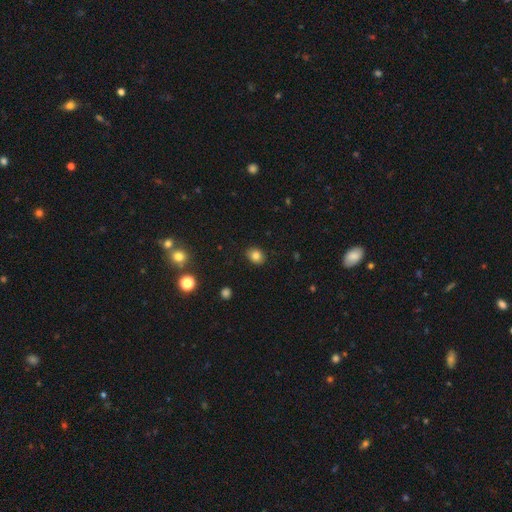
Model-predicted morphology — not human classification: A smooth galaxy with no disk features (82%) that is in between round and cigar-shaped (50%, tied with round).

Vote fractions:
- Smooth or featured? smooth: 82% / star or artifact: 12% / featured or disk: 6%
- How rounded? in between: 50% (tied) / round: 50% (tied) / cigar-shaped: 1%
- Merging? none: 88% / minor disturbance: 9% / major disturbance: 2% / merger: 1%